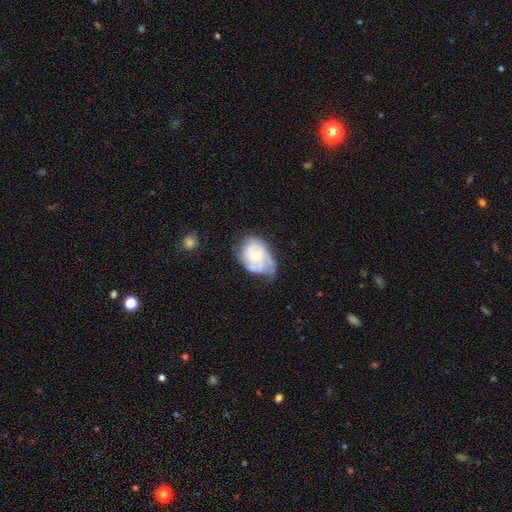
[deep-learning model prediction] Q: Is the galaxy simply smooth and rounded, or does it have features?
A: featured or disk — 82%.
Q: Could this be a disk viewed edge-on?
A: no — 98%.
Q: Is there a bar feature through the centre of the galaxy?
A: no — 73%.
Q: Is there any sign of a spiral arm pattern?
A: yes — 93%.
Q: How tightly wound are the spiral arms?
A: tight — 59%.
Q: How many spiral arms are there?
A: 2 — 37%.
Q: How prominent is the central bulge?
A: moderate — 51%.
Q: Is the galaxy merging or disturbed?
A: none — 50%.